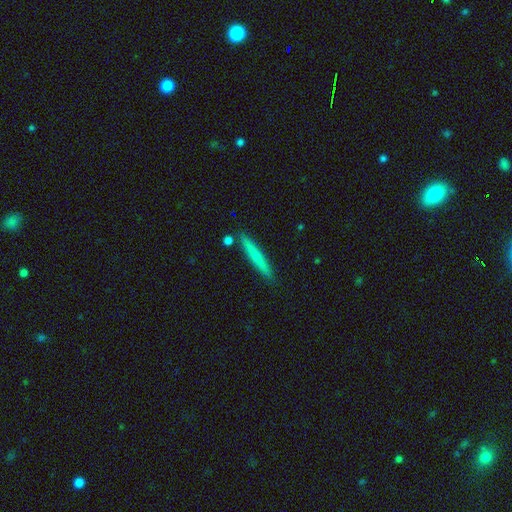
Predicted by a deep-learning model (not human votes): This is likely a smooth galaxy (69%). How rounded: clearly cigar-shaped (96%). Merging: clearly none (87%).